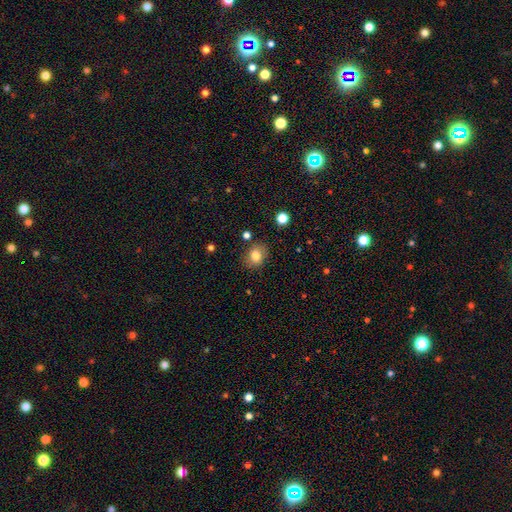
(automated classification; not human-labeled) Smooth or featured: smooth — 80% (star or artifact — 11%)
How rounded: round — 54% (in between — 45%)
Merging: none — 82% (minor disturbance — 12%)